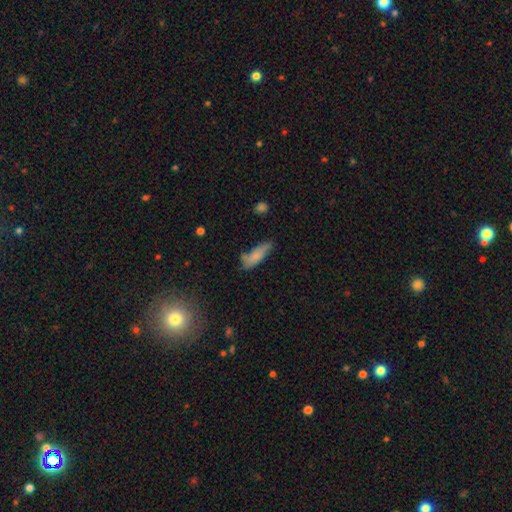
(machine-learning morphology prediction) This appears to be a smooth galaxy with no disk features (72%) that is in between round and cigar-shaped (56%). Merging: none (51%).